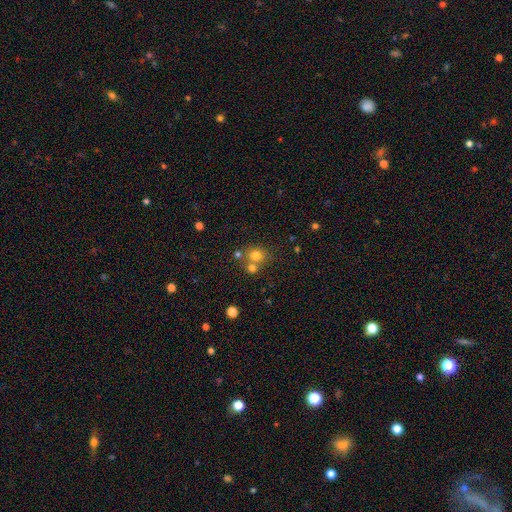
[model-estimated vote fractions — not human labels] This is likely a smooth galaxy (74%). How rounded: likely round (78%). Merging: possibly none (55%).